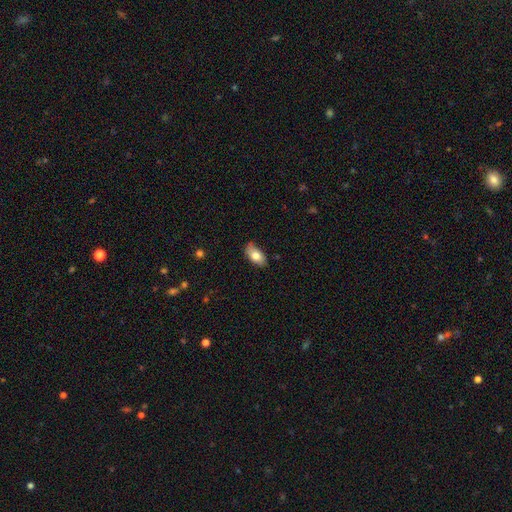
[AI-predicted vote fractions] This appears to be a smooth galaxy with no disk features (77%) that is in between round and cigar-shaped (92%). Merging: none (76%).